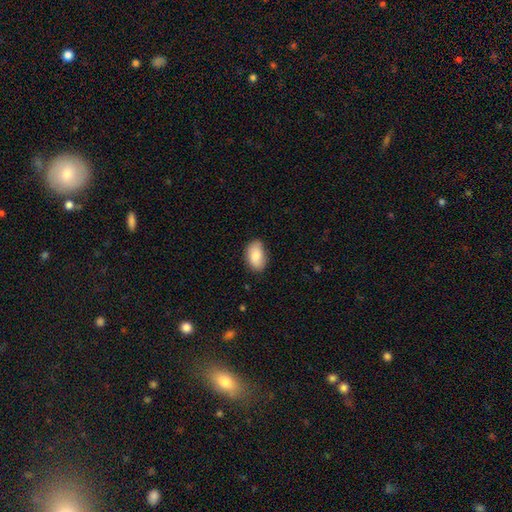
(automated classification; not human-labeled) Smooth or featured?
  - smooth: 84% *
  - featured or disk: 10%
  - star or artifact: 7%
How rounded?
  - in between: 91% *
  - round: 8%
  - cigar-shaped: 1%
Merging?
  - none: 79% *
  - minor disturbance: 17%
  - major disturbance: 3%
  - merger: 1%